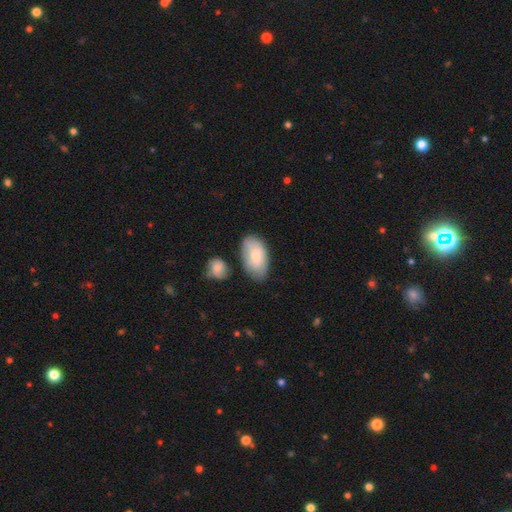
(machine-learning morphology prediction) smooth 71%, featured or disk 23%, star or artifact 5%. Down the decision tree: how rounded — in between (95%); merging — none (66%).